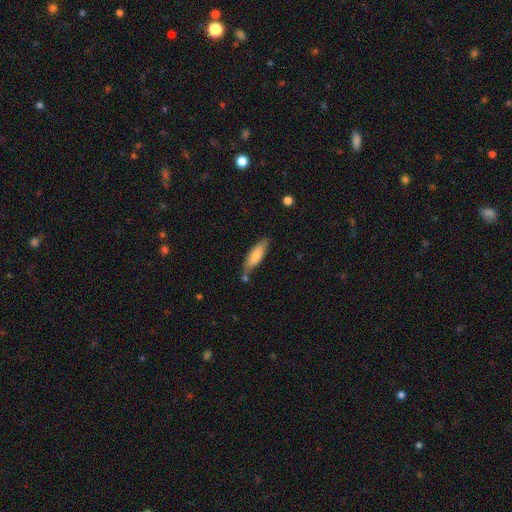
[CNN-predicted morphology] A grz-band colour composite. It shows a smooth galaxy with no disk features (75%) that is cigar-shaped (56%). Merging: none (67%).